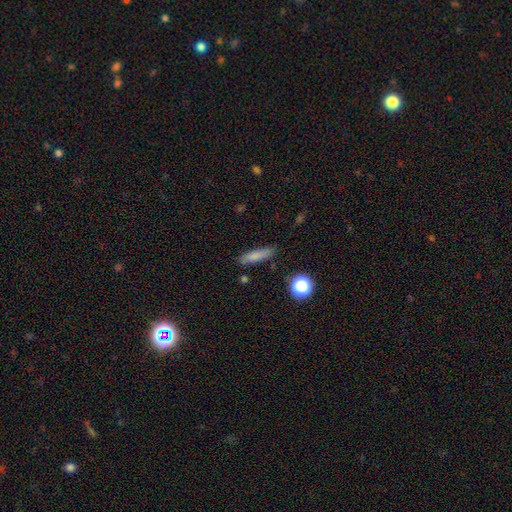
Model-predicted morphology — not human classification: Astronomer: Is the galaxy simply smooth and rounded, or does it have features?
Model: smooth — 78%.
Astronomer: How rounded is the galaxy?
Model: cigar-shaped — 79%.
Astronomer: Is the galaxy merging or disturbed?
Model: none — 85%.